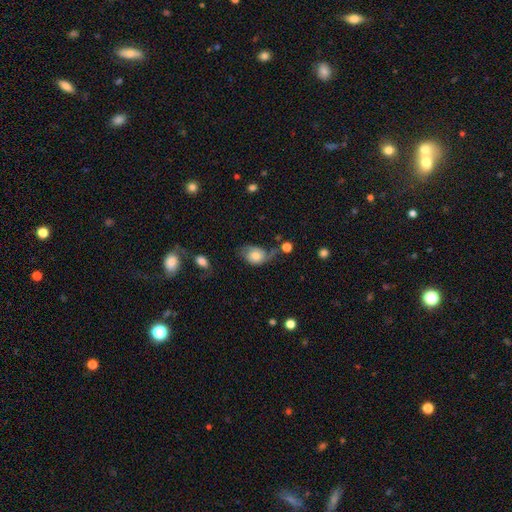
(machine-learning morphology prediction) type=smooth (50%); roundness=in between (62%); merging=none (32%).